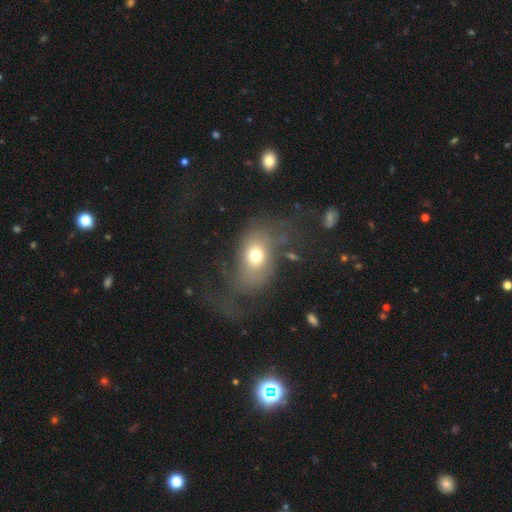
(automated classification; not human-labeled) The model was most divided on "merging": major disturbance: 41%, none: 37%, minor disturbance: 18%, merger: 4%. More confident: how rounded — in between (70%); smooth or featured — smooth (62%).